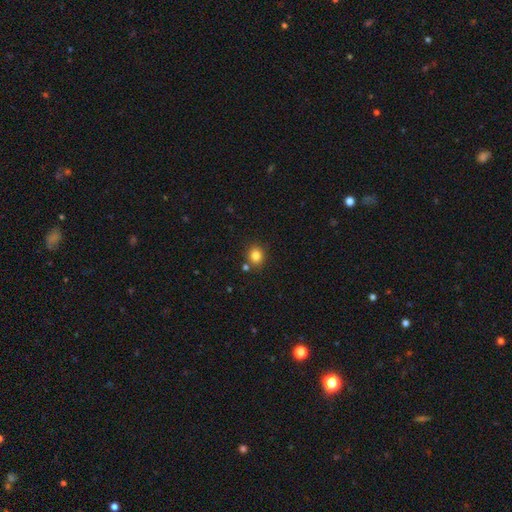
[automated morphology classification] Smooth or featured?
  - smooth: 82% *
  - star or artifact: 12%
  - featured or disk: 6%
How rounded?
  - round: 74% *
  - in between: 25%
  - cigar-shaped: 1%
Merging?
  - none: 80% *
  - minor disturbance: 10%
  - merger: 8%
  - major disturbance: 3%